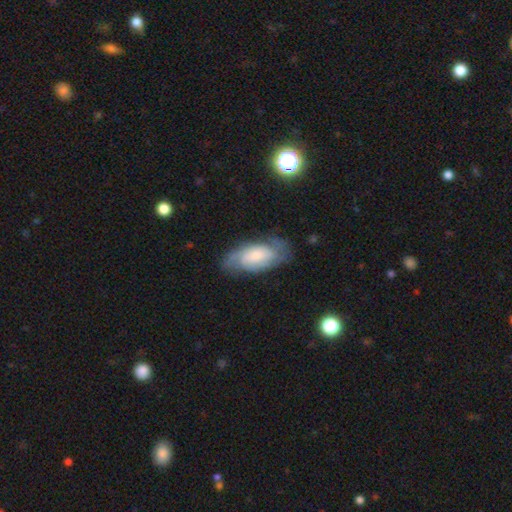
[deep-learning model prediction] This appears to be a featured or disk galaxy (61%) with no bar (60%), spiral arms (87%) and a small central bulge (41%). Merging: none (67%).